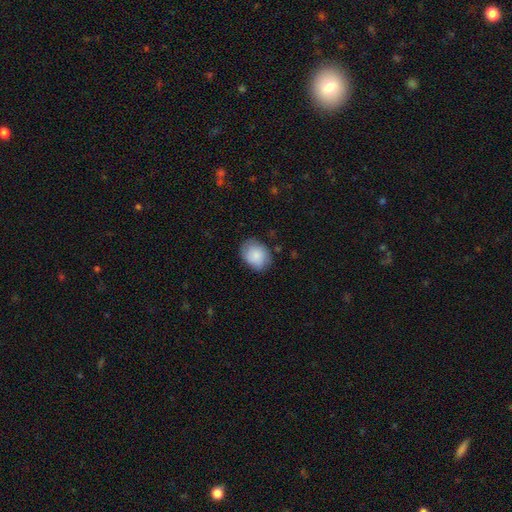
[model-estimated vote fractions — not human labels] Overall: smooth (85%). How rounded: in between (58%; round 41%). Merging: none (77%).